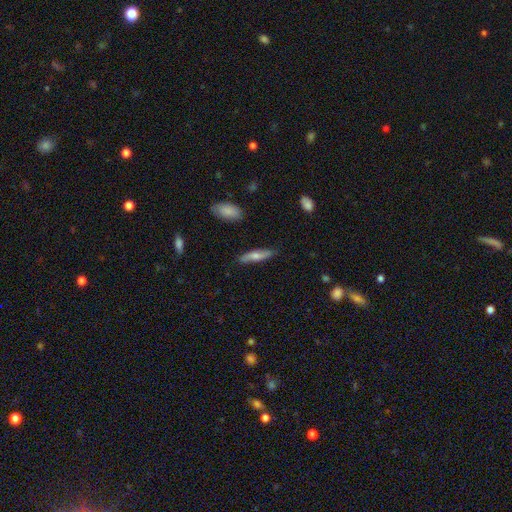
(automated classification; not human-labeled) A smooth galaxy with no disk features (61%) that is cigar-shaped (69%).

Vote fractions:
- Smooth or featured? smooth: 61% / featured or disk: 33% / star or artifact: 6%
- How rounded? cigar-shaped: 69% / in between: 29% / round: 2%
- Merging? none: 82% / minor disturbance: 14% / major disturbance: 2% / merger: 2%